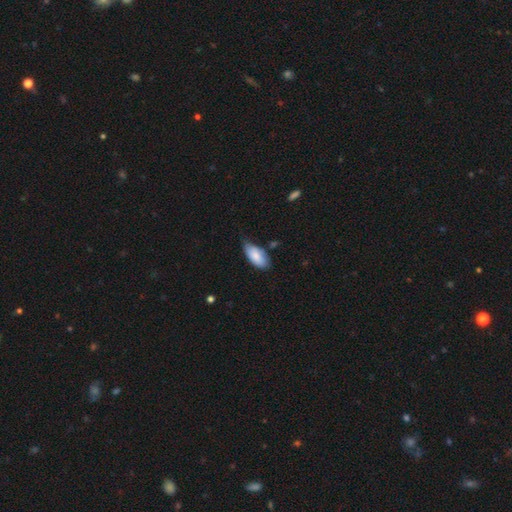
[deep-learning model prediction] This is clearly a smooth galaxy (83%). How rounded: clearly in between (91%). Merging: possibly none (56%).